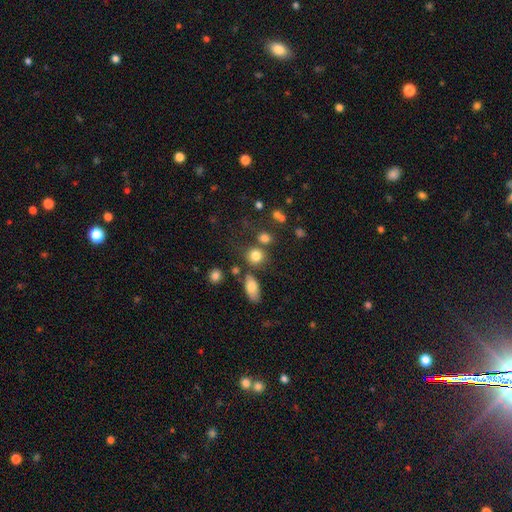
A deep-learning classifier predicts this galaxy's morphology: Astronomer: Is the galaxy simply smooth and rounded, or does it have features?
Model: smooth — 81%.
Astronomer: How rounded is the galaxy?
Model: round — 76%.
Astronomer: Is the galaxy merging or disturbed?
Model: none — 66%.